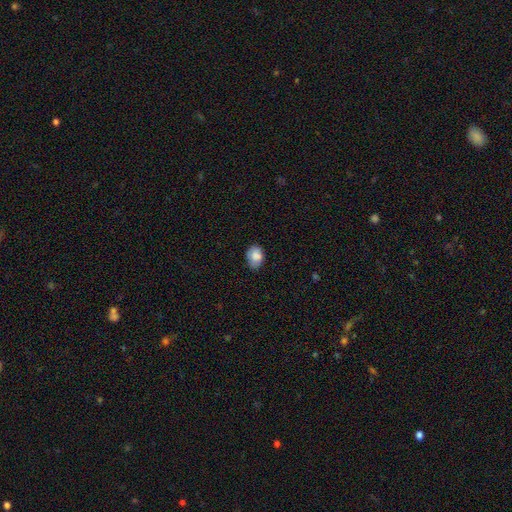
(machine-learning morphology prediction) Smooth or featured: smooth — 84% (featured or disk — 8%)
How rounded: in between — 74% (round — 25%)
Merging: none — 67% (minor disturbance — 26%)